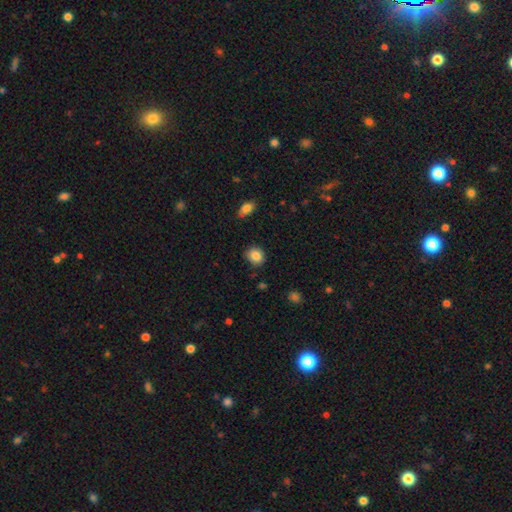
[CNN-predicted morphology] A smooth galaxy with no disk features (86%) that is round (66%). Merging: none (80%).